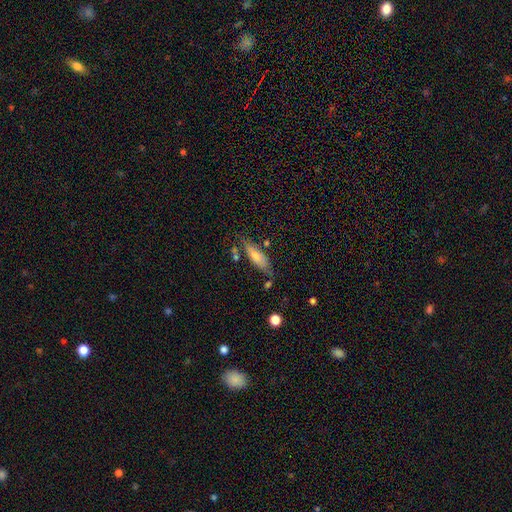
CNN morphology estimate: The model was most divided on "how rounded": cigar-shaped: 53%, in between: 45%, round: 2%. More confident: merging — none (69%); smooth or featured — smooth (66%).